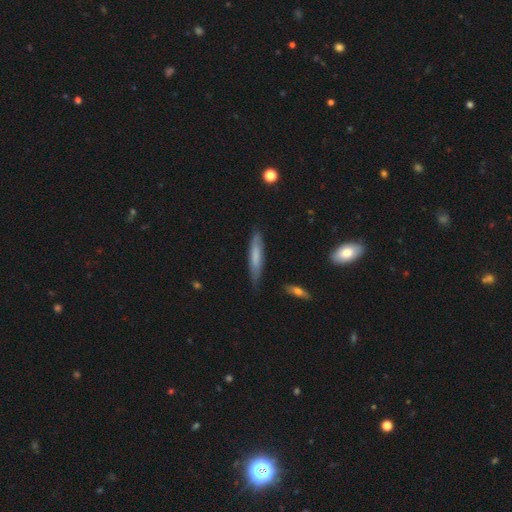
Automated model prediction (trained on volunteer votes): A smooth galaxy with no disk features (61%) that is cigar-shaped (88%).

Vote fractions:
- Smooth or featured? smooth: 61% / featured or disk: 33% / star or artifact: 6%
- How rounded? cigar-shaped: 88% / in between: 11% / round: 1%
- Merging? none: 75% / minor disturbance: 19% / major disturbance: 4% / merger: 2%